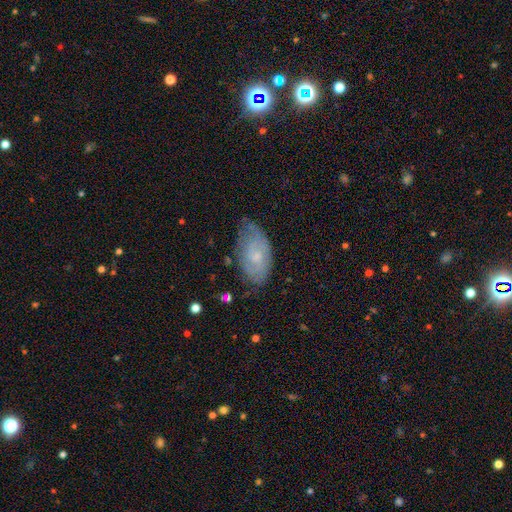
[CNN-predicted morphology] Smooth or featured: featured or disk — 52% (smooth — 40%)
Edge-on disk: no — 92% (yes — 8%)
Merging: none — 59% (minor disturbance — 31%)